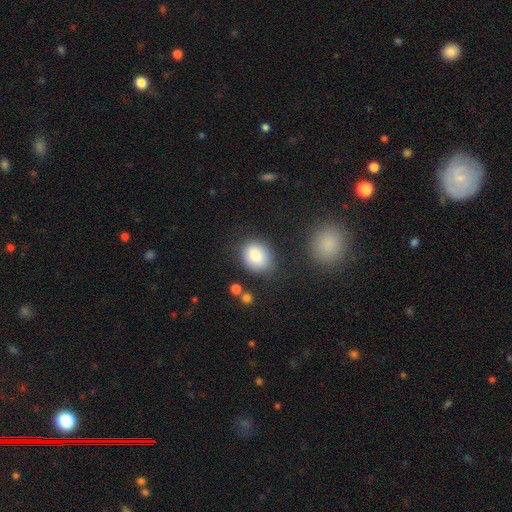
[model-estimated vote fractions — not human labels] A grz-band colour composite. It shows a smooth galaxy with no disk features (85%) that is round (56%). Merging: none (76%).